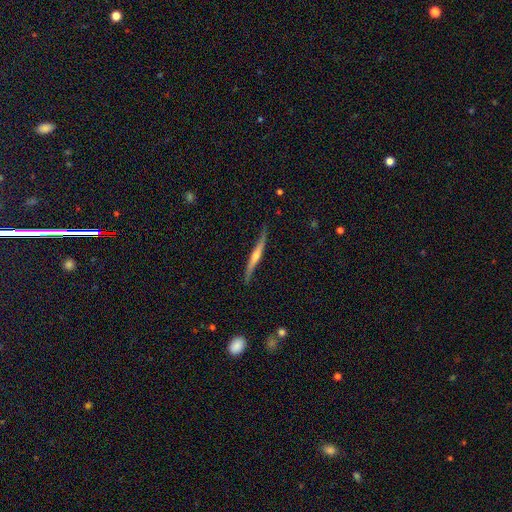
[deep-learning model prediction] Smooth or featured? featured or disk (72%)
Edge-on disk? yes (95%)
Edge-on bulge? rounded (76%)
Merging? none (81%)